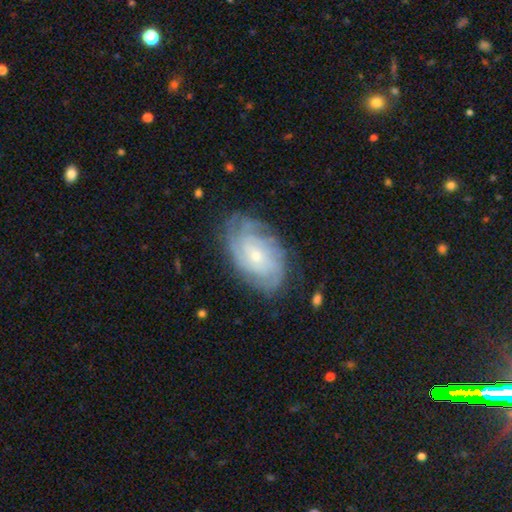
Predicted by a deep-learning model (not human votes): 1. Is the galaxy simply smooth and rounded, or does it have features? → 78% featured or disk, 15% smooth, 7% star or artifact.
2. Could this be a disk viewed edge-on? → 95% no, 5% yes.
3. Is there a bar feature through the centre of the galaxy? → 73% no, 23% weak, 4% strong.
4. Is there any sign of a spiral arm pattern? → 94% yes, 6% no.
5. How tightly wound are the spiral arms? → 70% tight, 24% medium, 6% loose.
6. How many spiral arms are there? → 43% can't tell, 18% 4, 14% 3, 12% 2, 8% more than 4, 5% 1.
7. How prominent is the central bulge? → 71% small, 25% moderate, 2% none, 2% large, 1% dominant.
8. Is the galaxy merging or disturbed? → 75% none, 18% minor disturbance, 6% major disturbance, 1% merger.